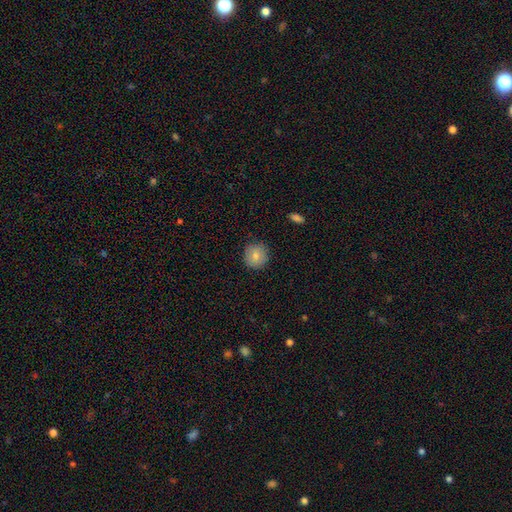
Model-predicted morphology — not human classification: A smooth galaxy with no disk features (82%) that is round (93%). Merging: none (89%).